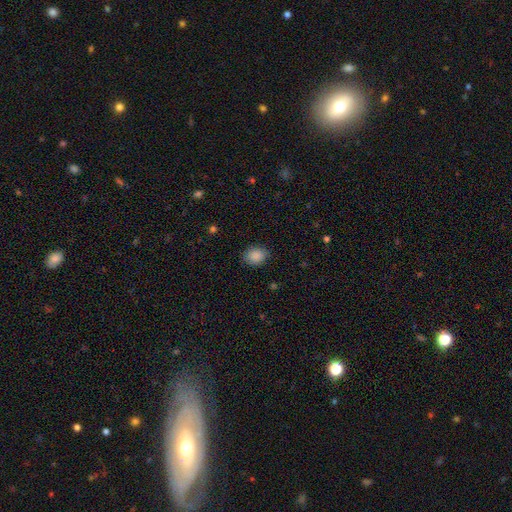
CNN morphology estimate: This appears to be a smooth galaxy with no disk features (88%) that is round (54%). Merging: none (84%).